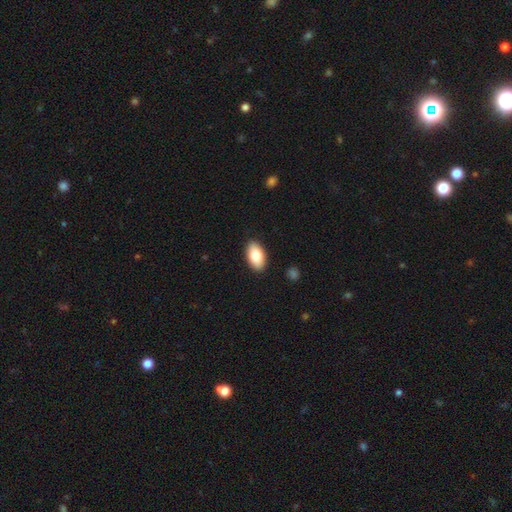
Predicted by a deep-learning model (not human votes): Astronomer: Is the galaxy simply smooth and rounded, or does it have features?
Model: smooth — 82%.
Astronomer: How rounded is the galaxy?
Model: in between — 94%.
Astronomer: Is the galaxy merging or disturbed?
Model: none — 90%.